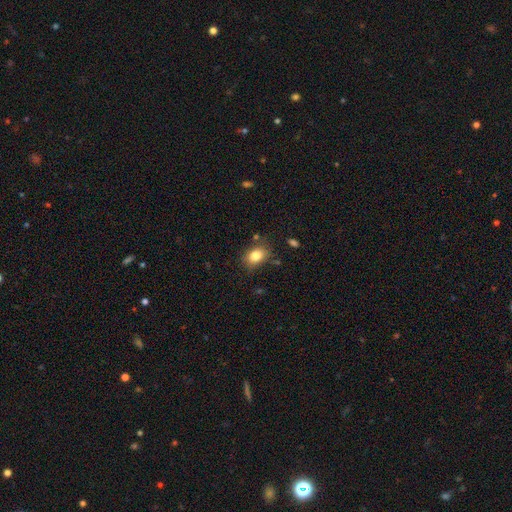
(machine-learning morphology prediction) This appears to be a smooth galaxy with no disk features (83%) that is in between round and cigar-shaped (73%). Merging: none (78%).